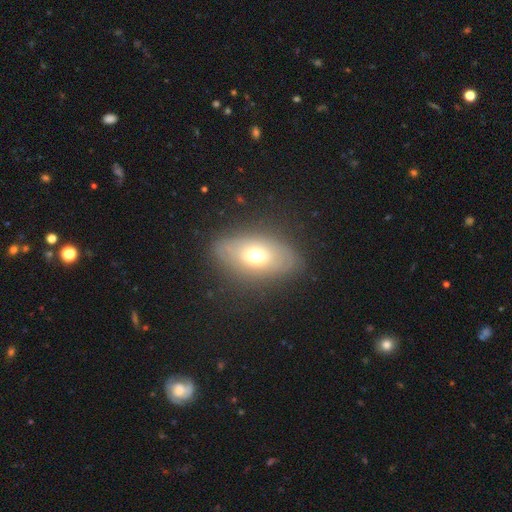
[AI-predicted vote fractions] smooth-or-featured: smooth: 56% | featured or disk: 34% | star or artifact: 9%
  how-rounded: in between: 86% | round: 11% | cigar-shaped: 3%
  merging: none: 78% | minor disturbance: 15% | major disturbance: 5% | merger: 1%